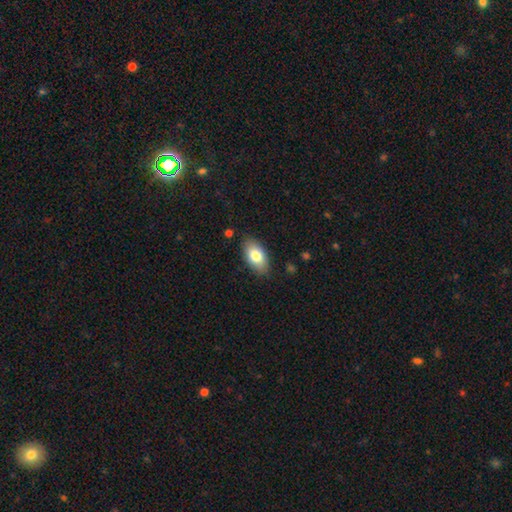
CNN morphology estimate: This is likely a smooth galaxy (79%). How rounded: clearly in between (93%). Merging: clearly none (84%).